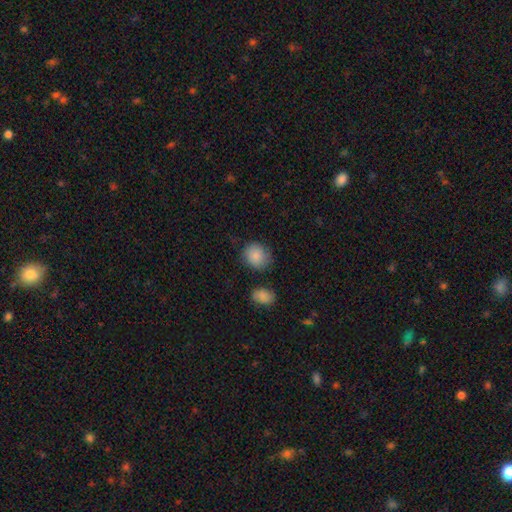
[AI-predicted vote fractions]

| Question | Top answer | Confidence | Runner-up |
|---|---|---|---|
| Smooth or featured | smooth | 87% | star or artifact (8%) |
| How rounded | round | 76% | in between (23%) |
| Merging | none | 77% | minor disturbance (15%) |